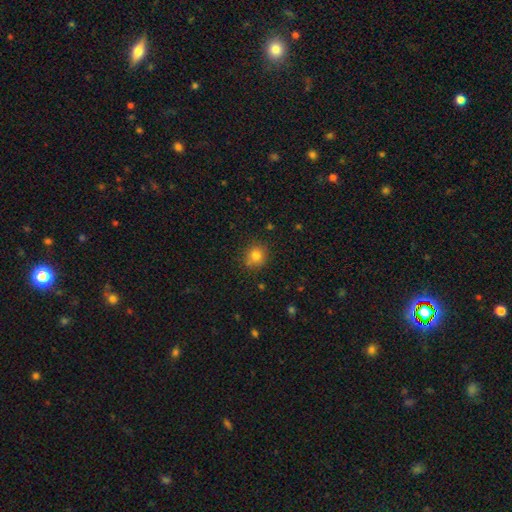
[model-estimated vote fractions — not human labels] This appears to be a smooth galaxy with no disk features (82%) that is round (87%). Merging: none (83%).